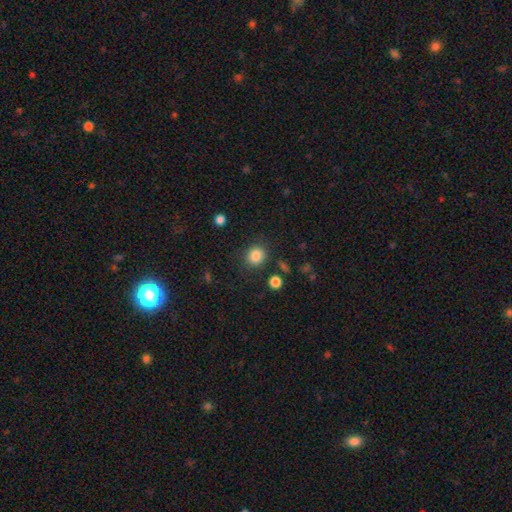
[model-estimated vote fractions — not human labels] Overall: smooth (85%). How rounded: round (82%). Merging: none (83%).